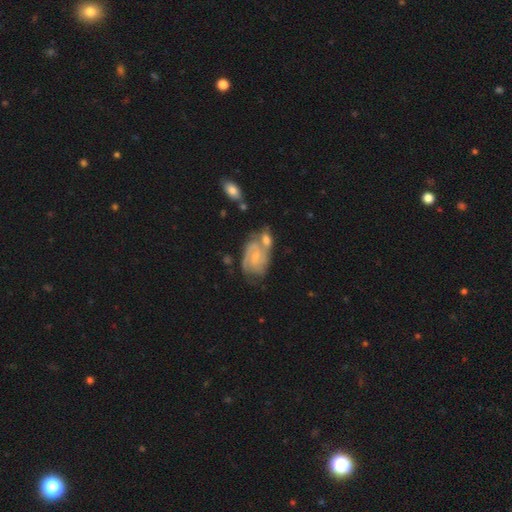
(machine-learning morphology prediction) This appears to be a featured or disk galaxy (79%) with no bar (48%), 2 (53%) tight (48%) spiral arms (93%) and a small central bulge (65%). Merging: none (37%).